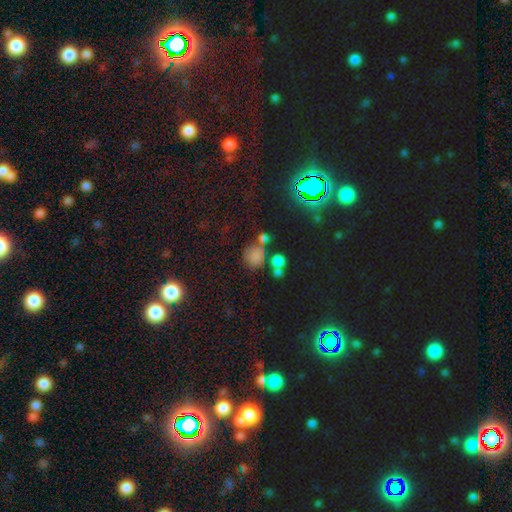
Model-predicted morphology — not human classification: smooth 67%, star or artifact 23%, featured or disk 10%. Down the decision tree: how rounded — round (78%); merging — none (50%).